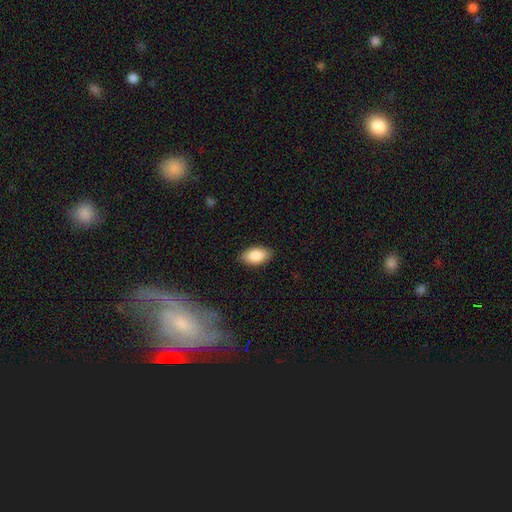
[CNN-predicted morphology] Q: Smooth or featured?
A: smooth (88%); runner-up: star or artifact (7%)
Q: How rounded?
A: in between (94%); runner-up: round (4%)
Q: Merging?
A: none (87%); runner-up: minor disturbance (10%)